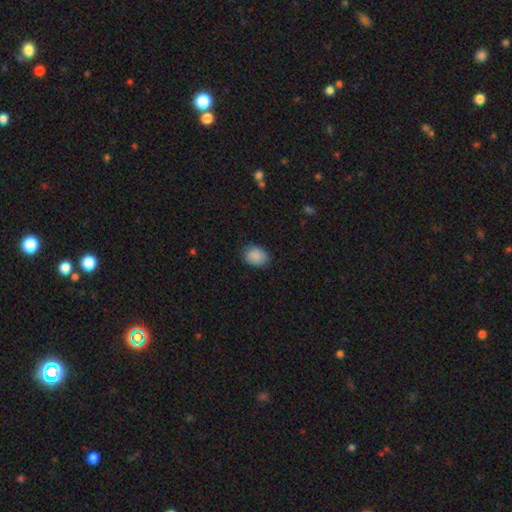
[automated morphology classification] A smooth galaxy with no disk features (89%) that is in between round and cigar-shaped (62%).

Vote fractions:
- Smooth or featured? smooth: 89% / star or artifact: 8% / featured or disk: 3%
- How rounded? in between: 62% / round: 37% / cigar-shaped: 1%
- Merging? none: 84% / minor disturbance: 12% / major disturbance: 3% / merger: 1%